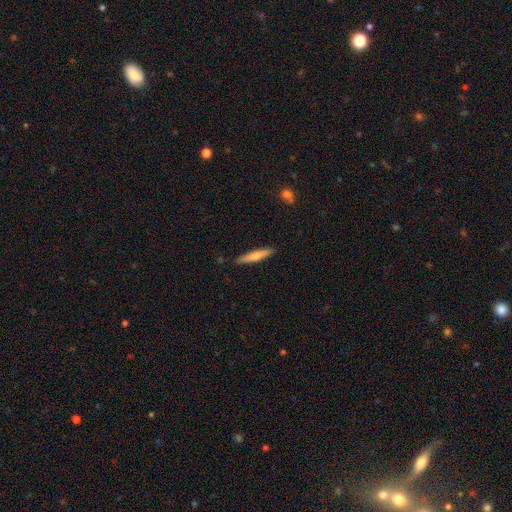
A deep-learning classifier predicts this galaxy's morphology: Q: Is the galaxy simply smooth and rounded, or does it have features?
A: smooth — 63%.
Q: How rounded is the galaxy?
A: cigar-shaped — 91%.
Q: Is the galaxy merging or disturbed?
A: none — 89%.